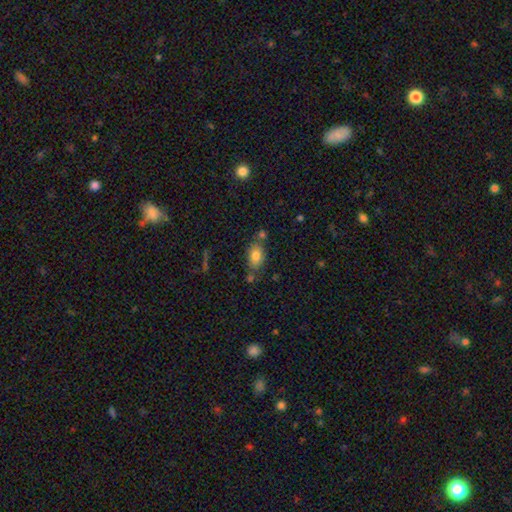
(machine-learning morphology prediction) Smooth or featured? smooth (79%)
How rounded? in between (84%)
Merging? none (65%)